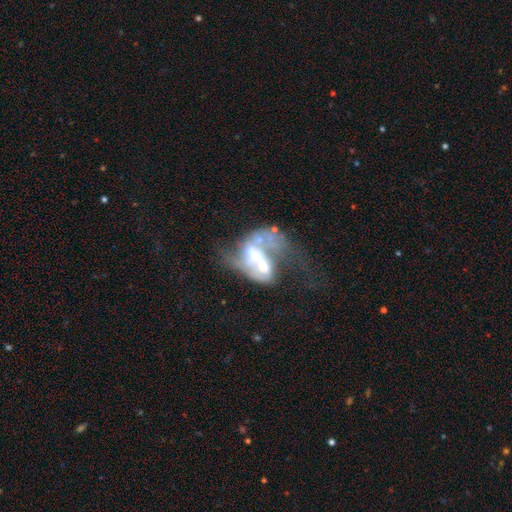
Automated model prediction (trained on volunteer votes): Morphology: type=featured or disk (76%); edge-on=no (96%); bar=no (50%); spiral arms=yes (66%); bulge=moderate (51%); merging=merger (57%).